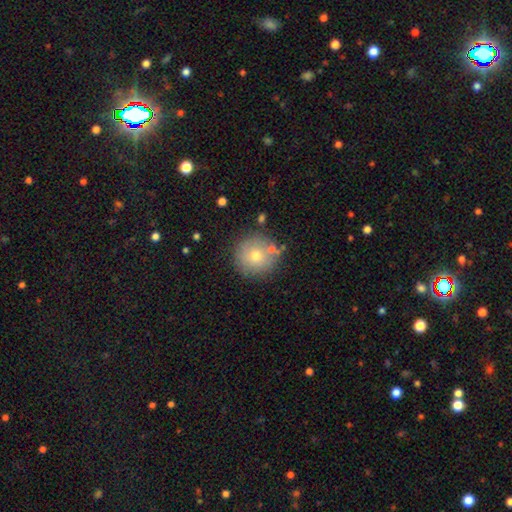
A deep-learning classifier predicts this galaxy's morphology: A smooth galaxy with no disk features (72%) that is round (95%).

Vote fractions:
- Smooth or featured? smooth: 72% / featured or disk: 17% / star or artifact: 11%
- How rounded? round: 95% / in between: 4% / cigar-shaped: 1%
- Merging? none: 80% / minor disturbance: 10% / merger: 7% / major disturbance: 3%